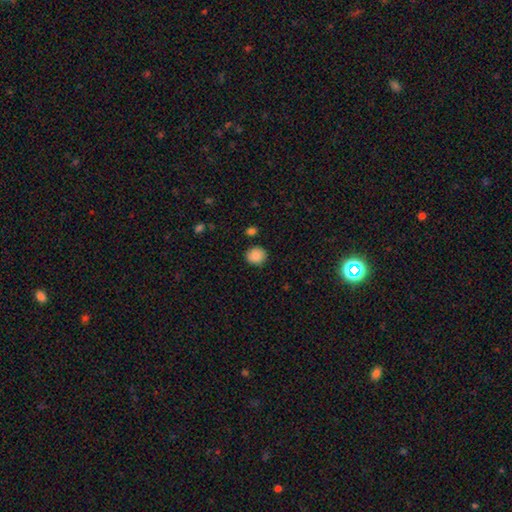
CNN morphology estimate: Smooth or featured?
  - smooth: 88% *
  - star or artifact: 9%
  - featured or disk: 3%
How rounded?
  - round: 83% *
  - in between: 16%
  - cigar-shaped: 1%
Merging?
  - none: 86% *
  - minor disturbance: 8%
  - merger: 3%
  - major disturbance: 2%